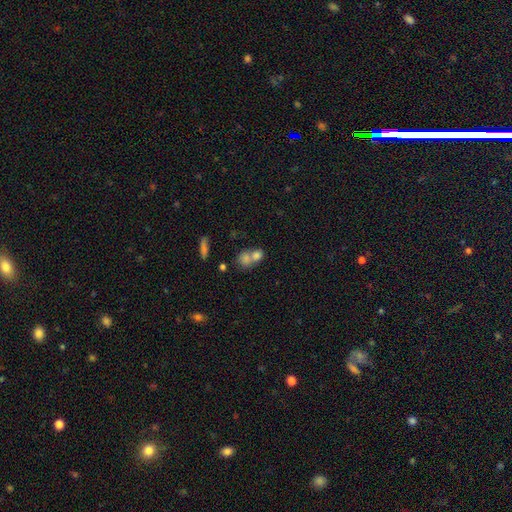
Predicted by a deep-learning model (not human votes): Smooth or featured: smooth — 76% (featured or disk — 14%)
How rounded: round — 52% (in between — 46%)
Merging: merger — 64% (none — 26%)